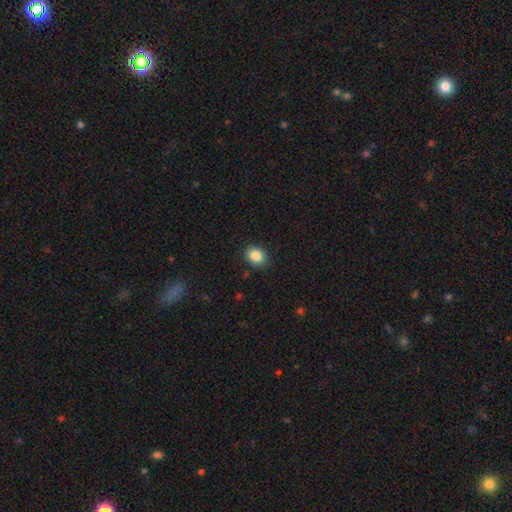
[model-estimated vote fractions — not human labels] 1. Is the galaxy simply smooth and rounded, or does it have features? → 86% smooth, 9% star or artifact, 5% featured or disk.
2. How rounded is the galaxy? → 54% in between, 45% round, 1% cigar-shaped.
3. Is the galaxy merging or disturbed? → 89% none, 8% minor disturbance, 2% major disturbance, 1% merger.